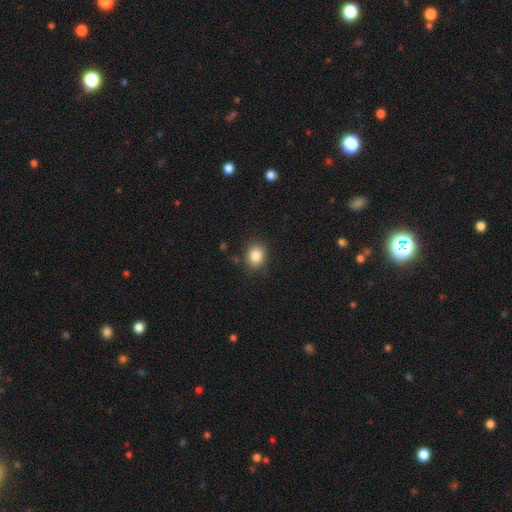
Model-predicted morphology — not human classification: Smooth or featured? smooth (85%)
How rounded? round (62%)
Merging? none (86%)